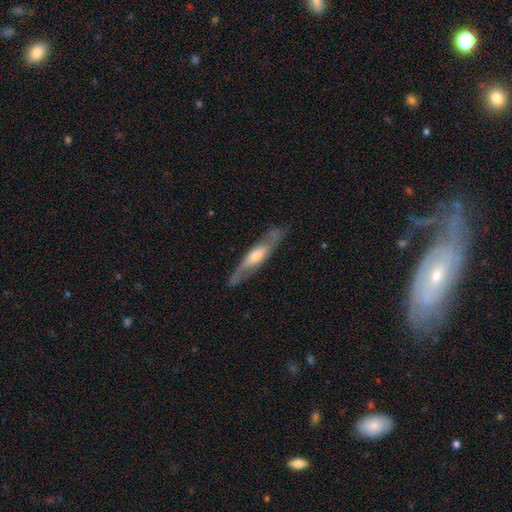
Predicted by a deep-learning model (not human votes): The model was most divided on "edge-on disk": yes: 66%, no: 34%. More confident: merging — none (80%); smooth or featured — featured or disk (65%).